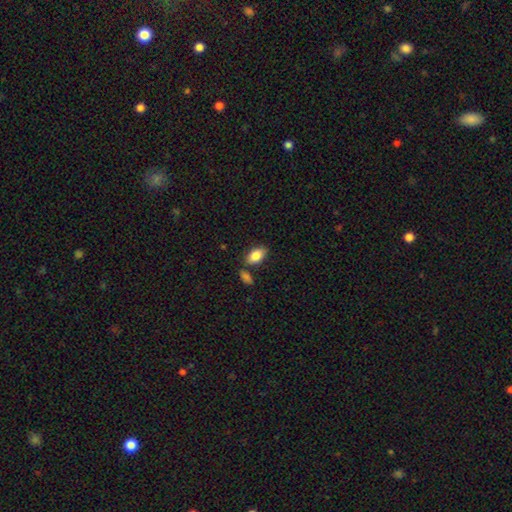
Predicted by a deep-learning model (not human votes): This appears to be a smooth galaxy with no disk features (85%) that is in between round and cigar-shaped (92%). Merging: none (75%).